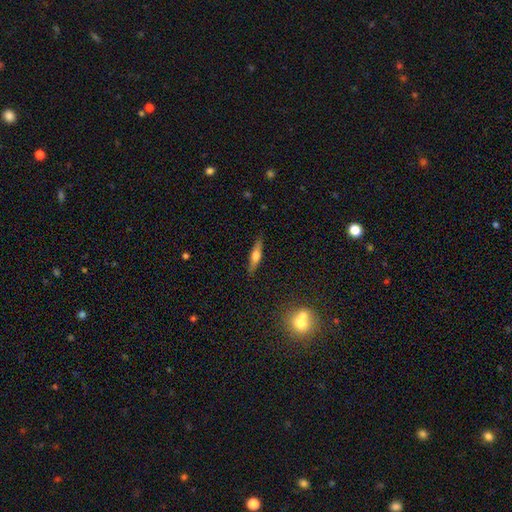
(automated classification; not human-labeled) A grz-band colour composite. It shows a smooth galaxy with no disk features (51%) that is cigar-shaped (77%). Merging: none (86%).